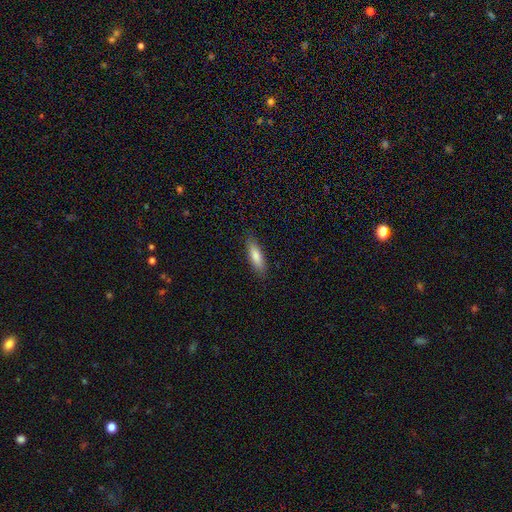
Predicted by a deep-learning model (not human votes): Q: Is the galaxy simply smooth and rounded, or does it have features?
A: smooth — 82%.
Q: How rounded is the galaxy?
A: cigar-shaped — 55%.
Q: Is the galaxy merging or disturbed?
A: none — 86%.